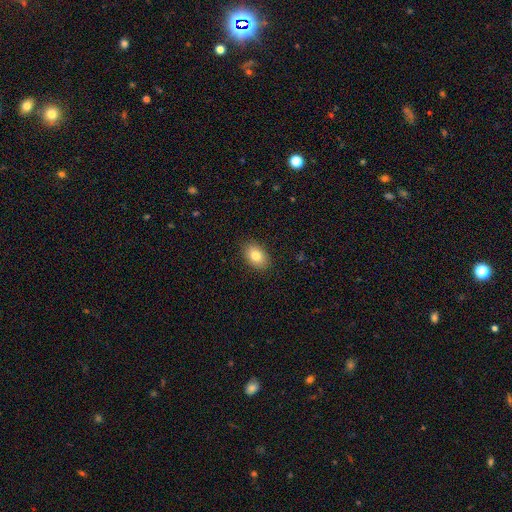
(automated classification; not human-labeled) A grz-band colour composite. It shows a smooth galaxy with no disk features (82%) that is in between round and cigar-shaped (84%). Merging: none (88%).